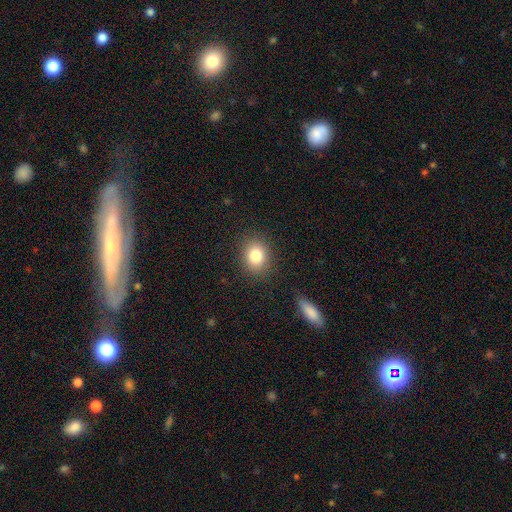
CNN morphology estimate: This is clearly a smooth galaxy (82%). How rounded: possibly round (55%). Merging: clearly none (87%).